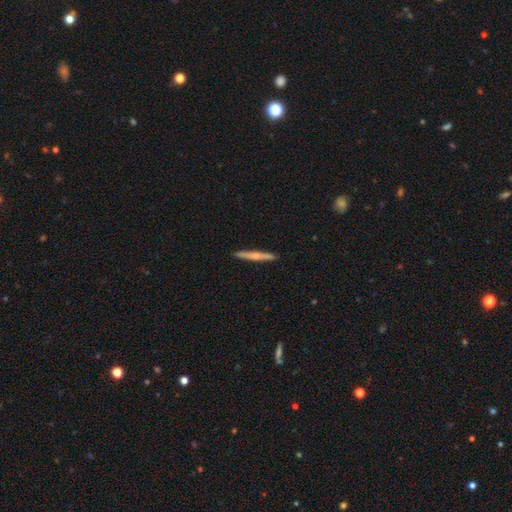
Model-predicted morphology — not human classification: Q: Smooth or featured?
A: featured or disk (49%); runner-up: smooth (45%)
Q: Merging?
A: none (92%); runner-up: minor disturbance (6%)